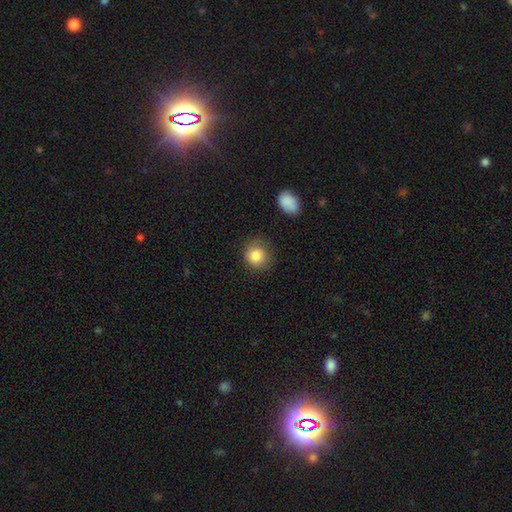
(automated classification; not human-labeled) Smooth or featured? smooth (86%)
How rounded? round (86%)
Merging? none (77%)